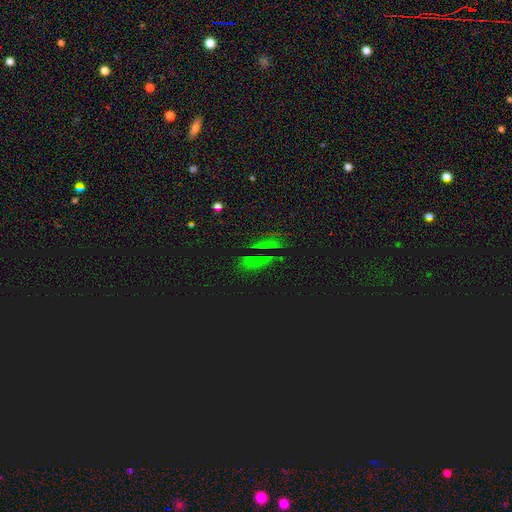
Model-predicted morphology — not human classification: Smooth or featured: star or artifact — 59% (smooth — 31%)